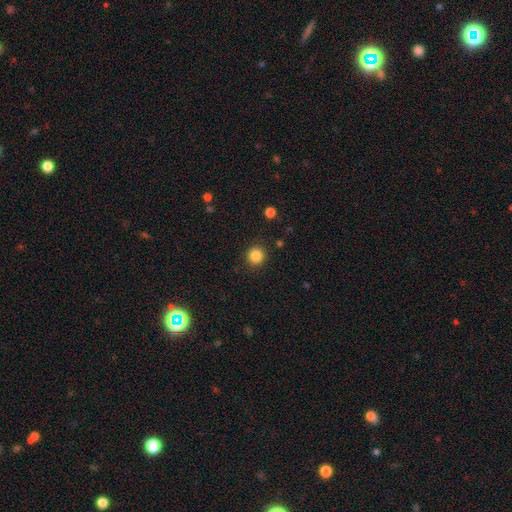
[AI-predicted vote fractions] Smooth or featured?
  - smooth: 85% *
  - star or artifact: 11%
  - featured or disk: 4%
How rounded?
  - round: 93% *
  - in between: 6%
  - cigar-shaped: 1%
Merging?
  - none: 90% *
  - minor disturbance: 6%
  - major disturbance: 2%
  - merger: 1%